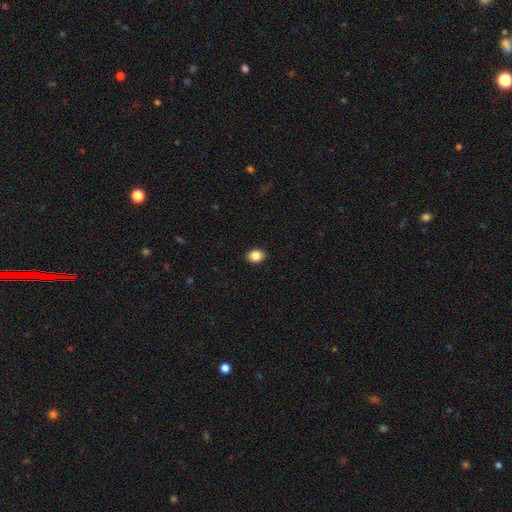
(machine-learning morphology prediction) Smooth or featured? Predicted: smooth (p=0.86). How rounded? Predicted: in between (p=0.65). Merging? Predicted: none (p=0.90).